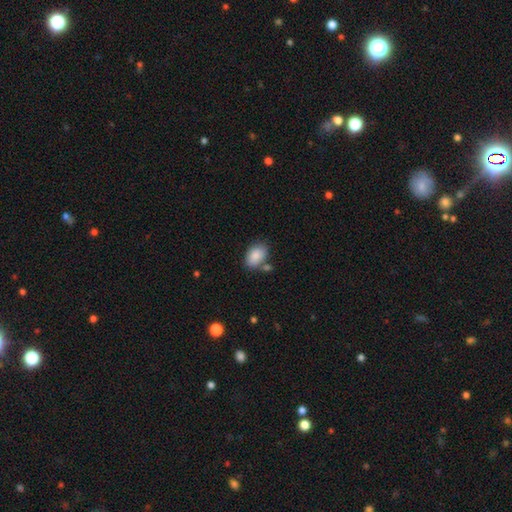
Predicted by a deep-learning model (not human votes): Smooth or featured: smooth — 87% (star or artifact — 7%)
How rounded: in between — 90% (round — 9%)
Merging: none — 68% (minor disturbance — 16%)